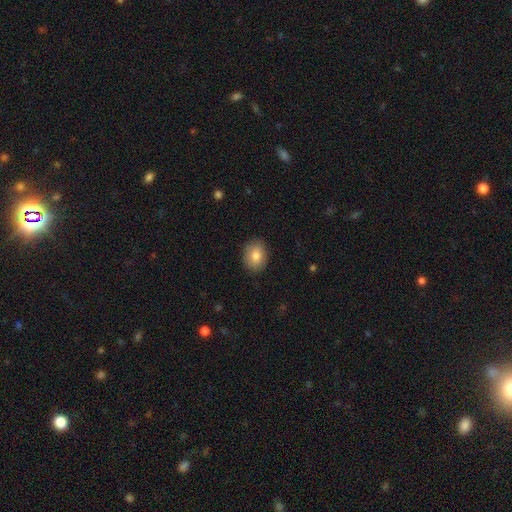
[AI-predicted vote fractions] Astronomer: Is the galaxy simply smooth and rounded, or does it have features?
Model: smooth — 83%.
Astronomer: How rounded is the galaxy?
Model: in between — 55% (runner-up: round, 44%).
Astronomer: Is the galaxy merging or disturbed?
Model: none — 89%.